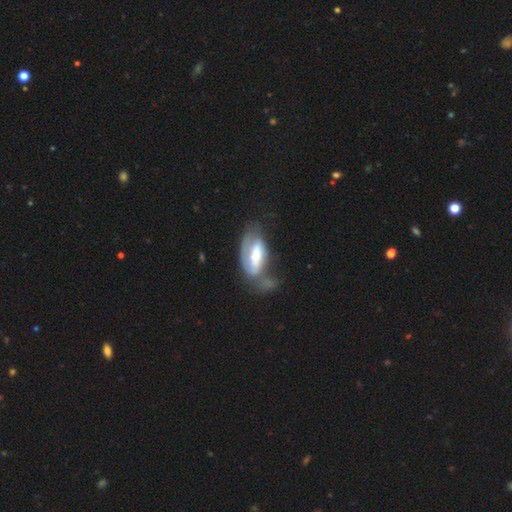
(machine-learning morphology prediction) A featured or disk galaxy (55%). Merging: major disturbance (36%).